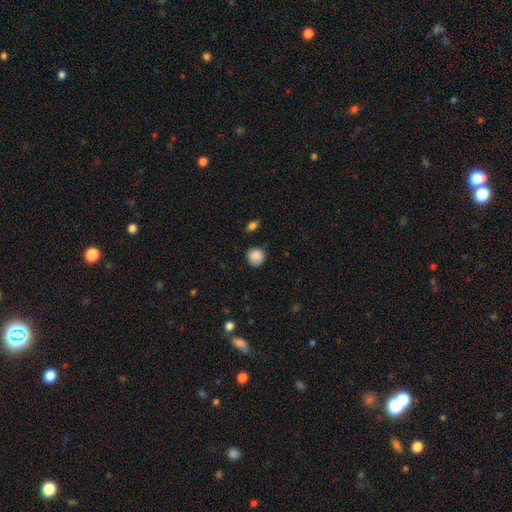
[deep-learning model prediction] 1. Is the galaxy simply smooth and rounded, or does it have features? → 86% smooth, 8% star or artifact, 6% featured or disk.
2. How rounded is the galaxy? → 89% round, 10% in between, 1% cigar-shaped.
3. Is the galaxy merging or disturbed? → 83% none, 13% minor disturbance, 3% major disturbance, 2% merger.